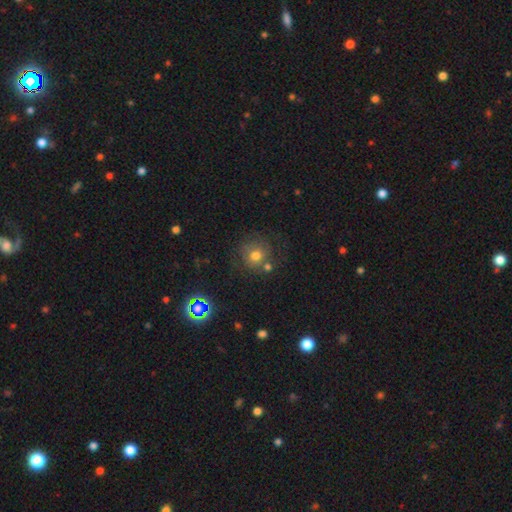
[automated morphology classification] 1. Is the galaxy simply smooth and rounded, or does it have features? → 66% smooth, 18% featured or disk, 16% star or artifact.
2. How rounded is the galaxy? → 89% round, 10% in between, 1% cigar-shaped.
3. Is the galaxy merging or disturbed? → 67% none, 14% minor disturbance, 12% merger, 8% major disturbance.